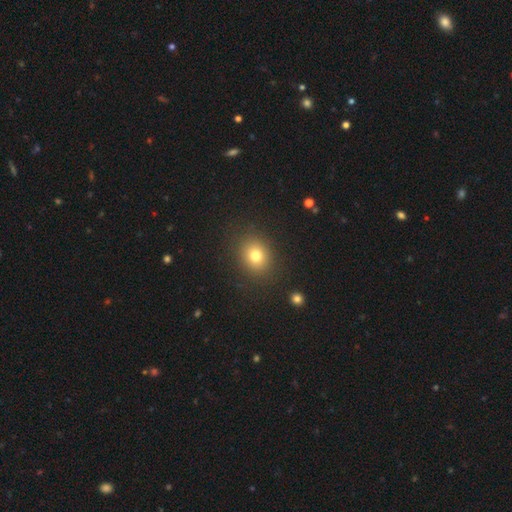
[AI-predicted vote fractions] Morphology: type=smooth (78%); roundness=round (70%); merging=none (87%).